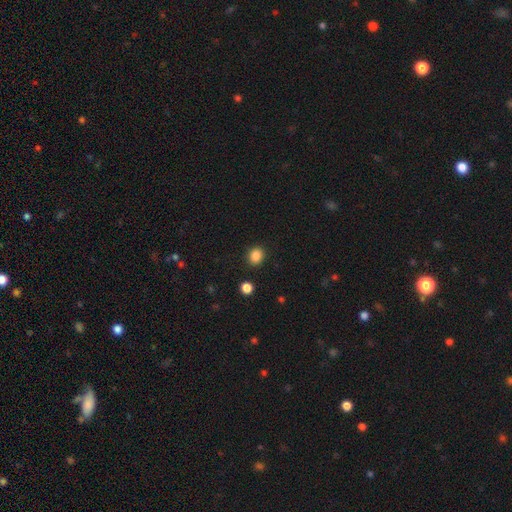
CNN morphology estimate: type=smooth (86%); roundness=round (67%); merging=none (89%).